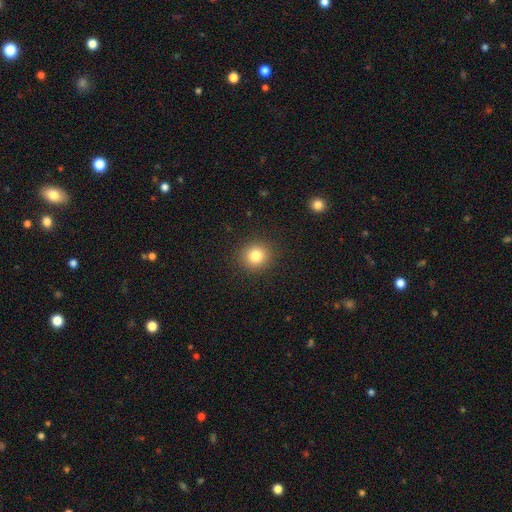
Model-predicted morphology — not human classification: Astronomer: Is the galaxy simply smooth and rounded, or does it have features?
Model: smooth — 81%.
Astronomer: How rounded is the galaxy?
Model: round — 86%.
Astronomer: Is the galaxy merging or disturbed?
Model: none — 90%.